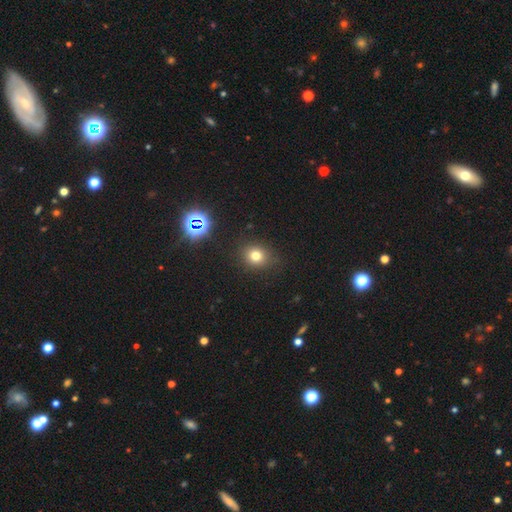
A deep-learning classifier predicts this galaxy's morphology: Smooth or featured: smooth — 74% (star or artifact — 19%)
How rounded: round — 75% (in between — 24%)
Merging: none — 85% (minor disturbance — 10%)